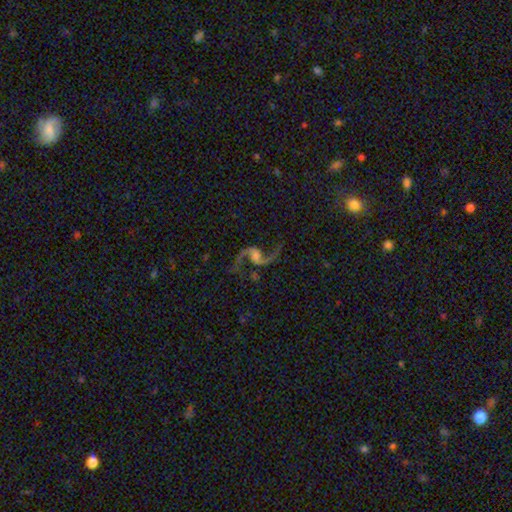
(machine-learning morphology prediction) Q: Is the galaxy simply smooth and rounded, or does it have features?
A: featured or disk — 91%.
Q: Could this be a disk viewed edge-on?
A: no — 98%.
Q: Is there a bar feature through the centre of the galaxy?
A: no — 50%.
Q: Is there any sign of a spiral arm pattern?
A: yes — 98%.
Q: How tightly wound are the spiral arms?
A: loose — 85%.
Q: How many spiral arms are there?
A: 2 — 94%.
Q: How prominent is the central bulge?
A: moderate — 28%, tied with none.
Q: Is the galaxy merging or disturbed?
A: none — 77%.